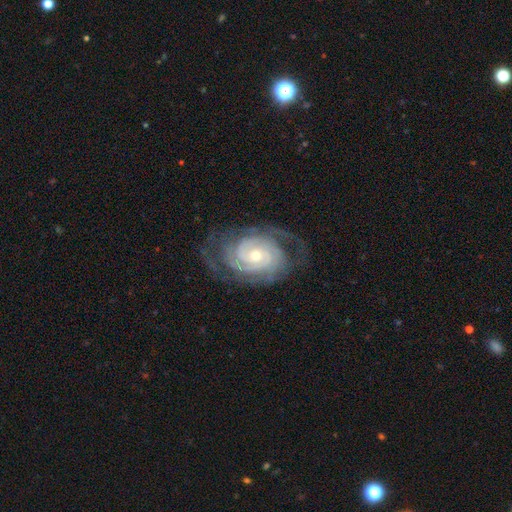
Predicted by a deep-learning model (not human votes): Q: Smooth or featured?
A: featured or disk (91%); runner-up: star or artifact (5%)
Q: Edge-on disk?
A: no (97%); runner-up: yes (3%)
Q: Bar?
A: no (71%); runner-up: weak (22%)
Q: Spiral arms?
A: yes (98%); runner-up: no (2%)
Q: Spiral winding?
A: tight (75%); runner-up: medium (21%)
Q: Spiral arm count?
A: 2 (33%); runner-up: 3 (22%)
Q: Bulge size?
A: small (61%); runner-up: moderate (36%)
Q: Merging?
A: none (72%); runner-up: minor disturbance (17%)